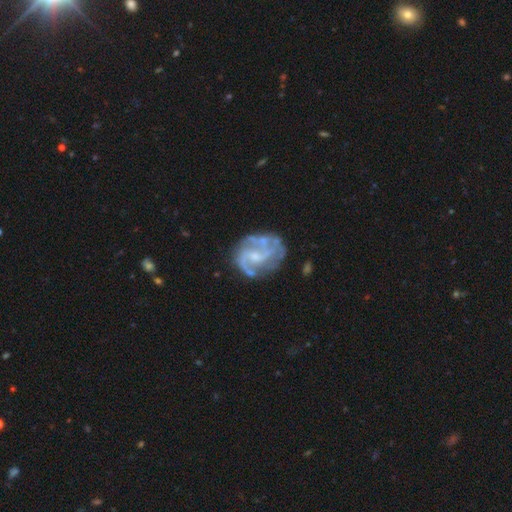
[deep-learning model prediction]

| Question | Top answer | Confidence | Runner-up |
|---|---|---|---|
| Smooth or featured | featured or disk | 87% | smooth (7%) |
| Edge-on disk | no | 98% | yes (2%) |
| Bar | weak | 47% | no (43%) |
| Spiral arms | yes | 94% | no (6%) |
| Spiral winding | medium | 51% | tight (25%) |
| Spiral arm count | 2 | 59% | 3 (16%) |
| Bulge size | small | 60% | moderate (27%) |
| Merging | none | 62% | minor disturbance (21%) |